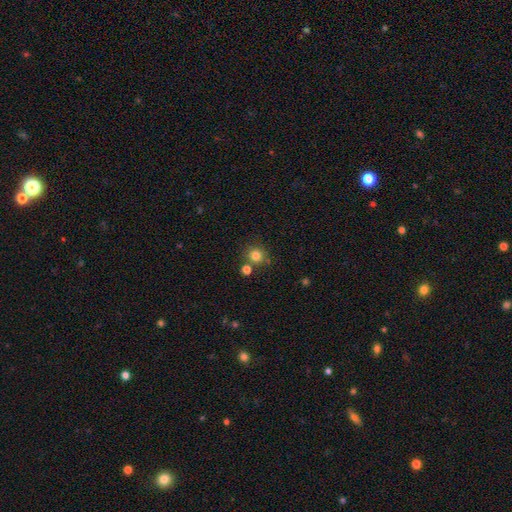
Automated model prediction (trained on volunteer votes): Smooth or featured? smooth (80%)
How rounded? round (92%)
Merging? none (76%)